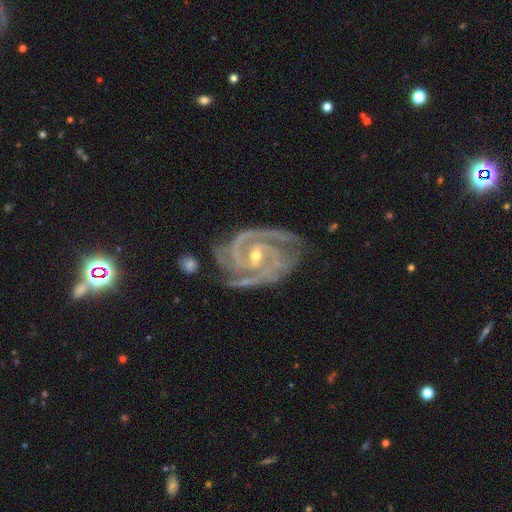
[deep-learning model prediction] smooth_or_featured: featured or disk (p=0.93) [alt: star or artifact p=0.05]
disk_edge_on: no (p=0.98) [alt: yes p=0.02]
bar: no (p=0.43) [alt: weak p=0.36]
has_spiral_arms: yes (p=0.99) [alt: no p=0.01]
spiral_winding: tight (p=0.67) [alt: medium p=0.30]
spiral_arm_count: 2 (p=0.47) [alt: 3 p=0.32]
bulge_size: small (p=0.59) [alt: moderate p=0.39]
merging: none (p=0.71) [alt: minor disturbance p=0.20]